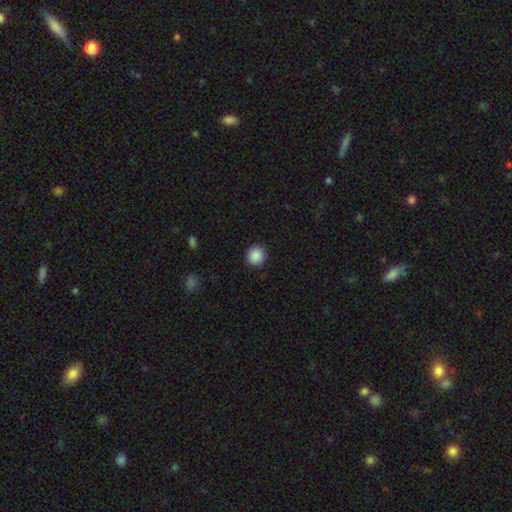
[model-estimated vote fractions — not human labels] Smooth or featured? Predicted: smooth (p=0.89). How rounded? Predicted: round (p=0.91). Merging? Predicted: none (p=0.91).